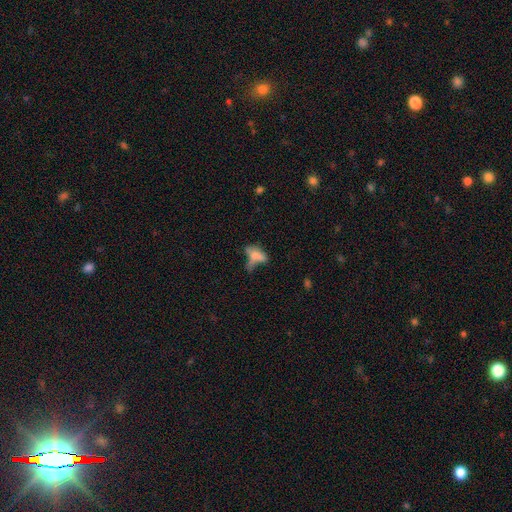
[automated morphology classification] Smooth or featured? smooth (61%)
How rounded? in between (79%)
Merging? merger (31%)